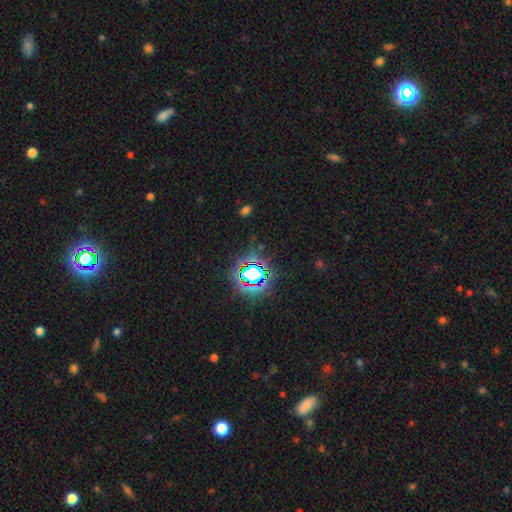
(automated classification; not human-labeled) Smooth or featured? Predicted: star or artifact (p=0.78).